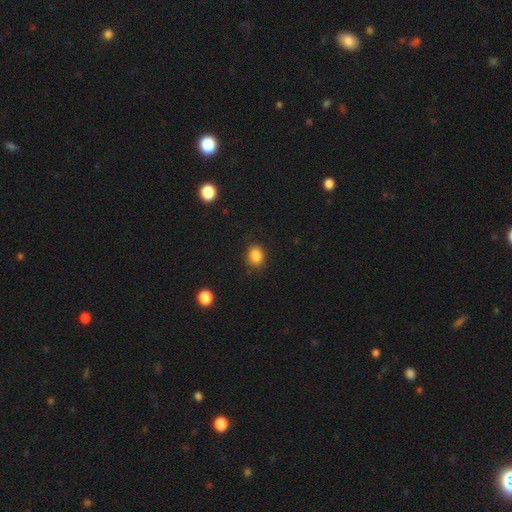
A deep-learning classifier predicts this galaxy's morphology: Smooth or featured? Predicted: smooth (p=0.86). How rounded? Predicted: in between (p=0.51). Merging? Predicted: none (p=0.85).